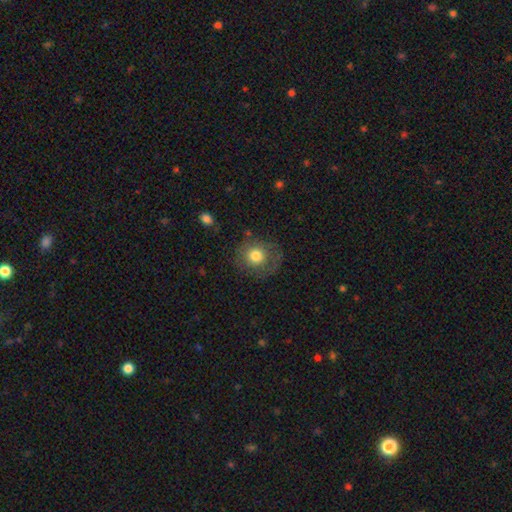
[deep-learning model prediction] Smooth or featured: smooth — 74% (featured or disk — 17%)
How rounded: round — 85% (in between — 14%)
Merging: none — 68% (minor disturbance — 19%)